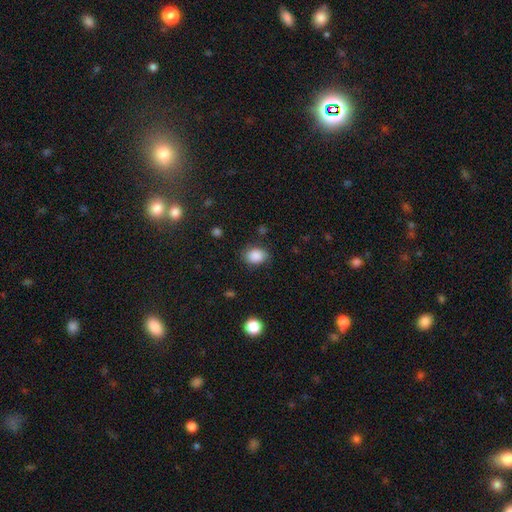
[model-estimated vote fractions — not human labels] smooth-or-featured: smooth: 88% | star or artifact: 8% | featured or disk: 4%
  how-rounded: in between: 61% | round: 38% | cigar-shaped: 1%
  merging: none: 78% | minor disturbance: 16% | major disturbance: 4% | merger: 2%